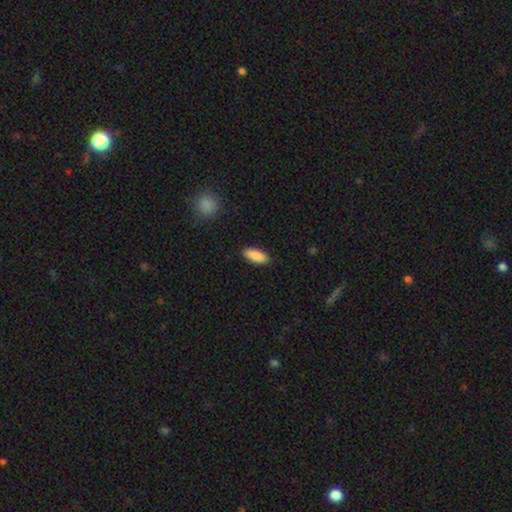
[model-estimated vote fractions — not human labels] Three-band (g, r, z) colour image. It shows a smooth galaxy with no disk features (88%) that is in between round and cigar-shaped (76%). Merging: none (89%).